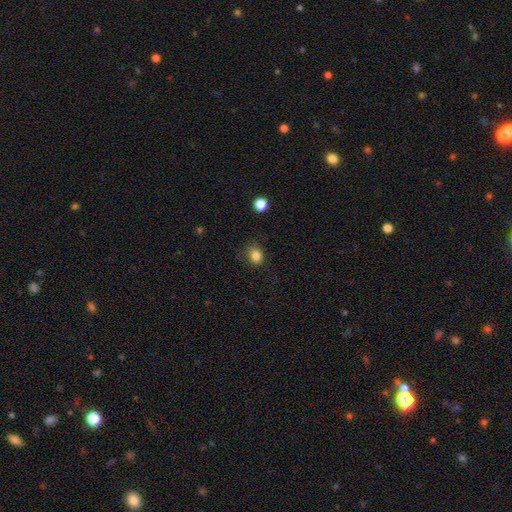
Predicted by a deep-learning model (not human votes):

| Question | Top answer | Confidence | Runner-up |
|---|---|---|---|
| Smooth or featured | smooth | 83% | star or artifact (12%) |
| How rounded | round | 67% | in between (33%) |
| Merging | none | 77% | minor disturbance (17%) |